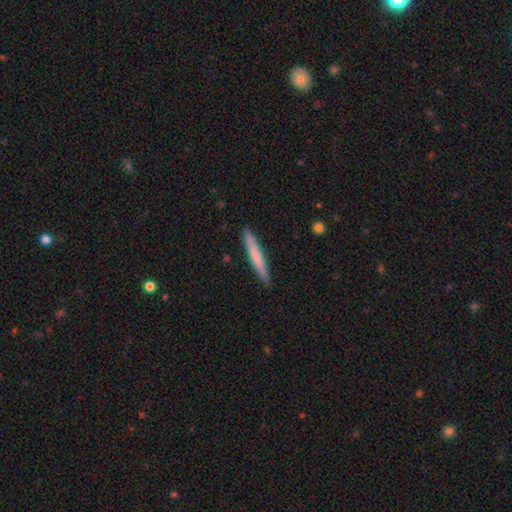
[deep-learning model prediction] Overall: smooth (68%). How rounded: cigar-shaped (96%). Merging: none (90%).